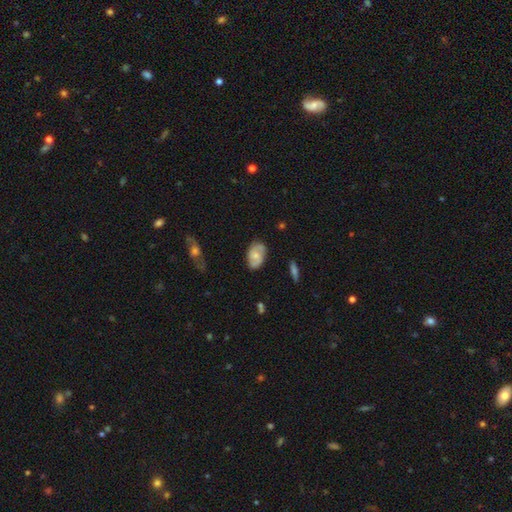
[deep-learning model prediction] A featured or disk galaxy (52%). Merging: none (76%).